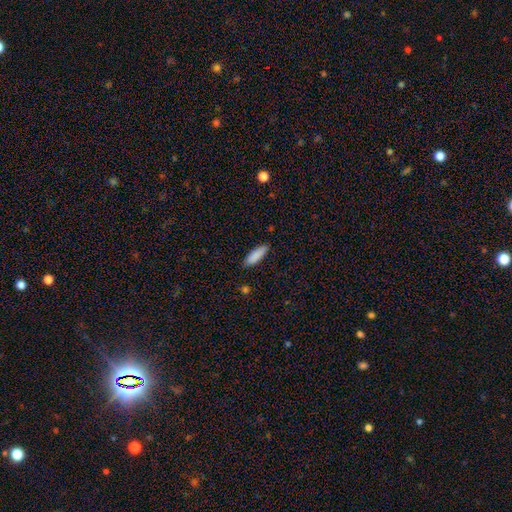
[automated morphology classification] Smooth or featured? smooth (88%)
How rounded? cigar-shaped (54%)
Merging? none (84%)